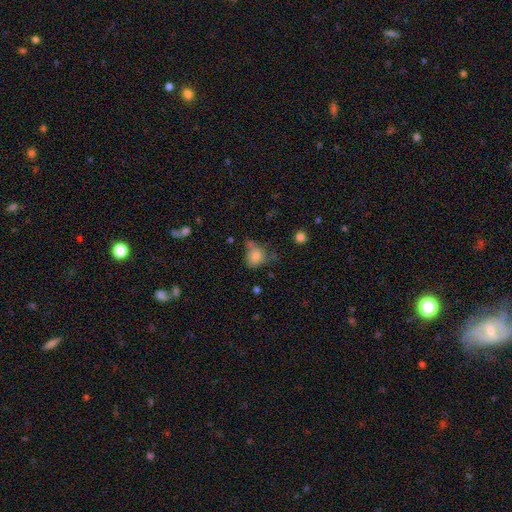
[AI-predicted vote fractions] smooth_or_featured: smooth (p=0.80) [alt: star or artifact p=0.11]
how_rounded: round (p=0.64) [alt: in between p=0.34]
merging: none (p=0.50) [alt: minor disturbance p=0.26]